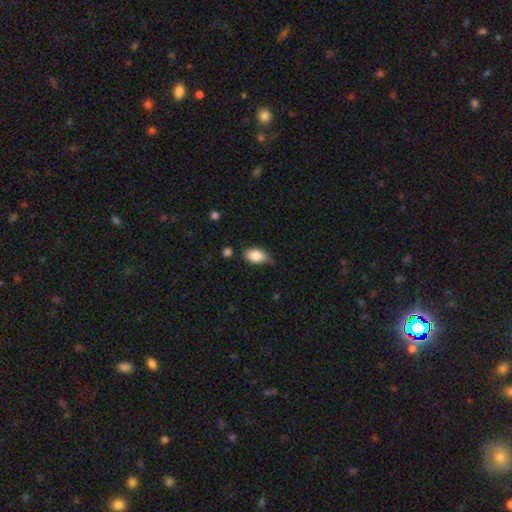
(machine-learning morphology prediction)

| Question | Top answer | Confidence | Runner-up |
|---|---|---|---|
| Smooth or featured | smooth | 84% | featured or disk (8%) |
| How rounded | in between | 88% | round (10%) |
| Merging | none | 52% | minor disturbance (36%) |